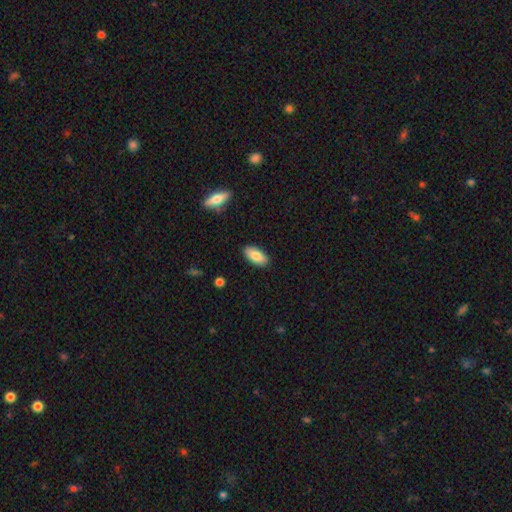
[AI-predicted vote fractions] smooth 83%, featured or disk 10%, star or artifact 6%. Down the decision tree: how rounded — in between (91%); merging — none (88%).